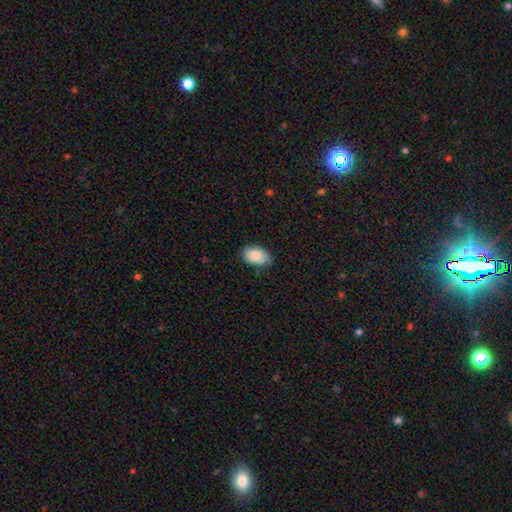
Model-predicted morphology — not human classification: A smooth galaxy with no disk features (85%) that is in between round and cigar-shaped (90%).

Vote fractions:
- Smooth or featured? smooth: 85% / featured or disk: 8% / star or artifact: 7%
- How rounded? in between: 90% / round: 9% / cigar-shaped: 1%
- Merging? none: 75% / minor disturbance: 21% / major disturbance: 3% / merger: 1%